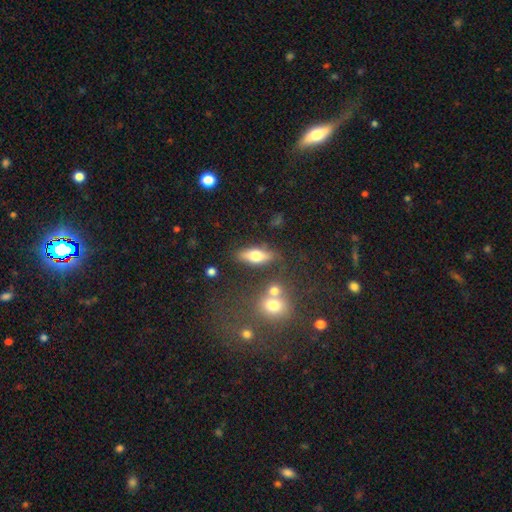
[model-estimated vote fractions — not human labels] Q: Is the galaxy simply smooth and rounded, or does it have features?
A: smooth — 60%.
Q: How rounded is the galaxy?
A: in between — 64%.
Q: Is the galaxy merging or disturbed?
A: none — 75%.